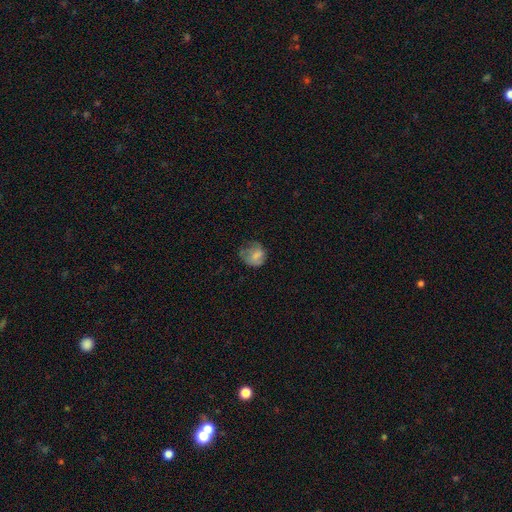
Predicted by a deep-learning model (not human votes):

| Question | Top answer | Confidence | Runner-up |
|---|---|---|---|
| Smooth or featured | smooth | 68% | featured or disk (21%) |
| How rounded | round | 68% | in between (31%) |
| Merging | none | 44% | minor disturbance (31%) |